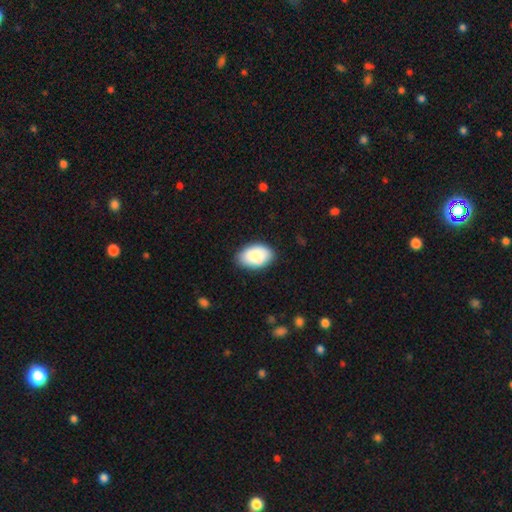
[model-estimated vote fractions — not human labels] Smooth or featured: smooth — 84% (featured or disk — 10%)
How rounded: in between — 91% (round — 8%)
Merging: none — 85% (minor disturbance — 12%)